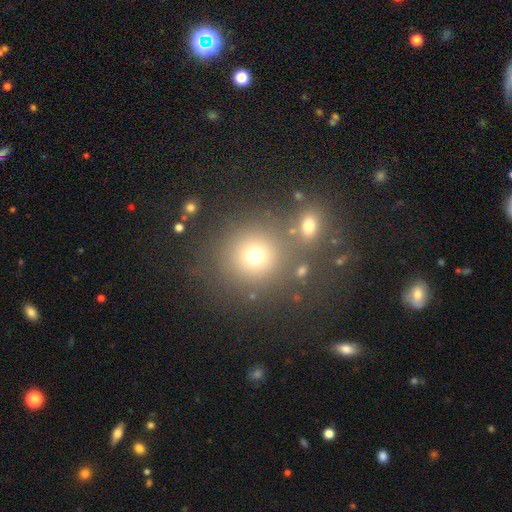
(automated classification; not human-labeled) This is likely a smooth galaxy (64%). How rounded: clearly round (90%). Merging: likely none (70%).